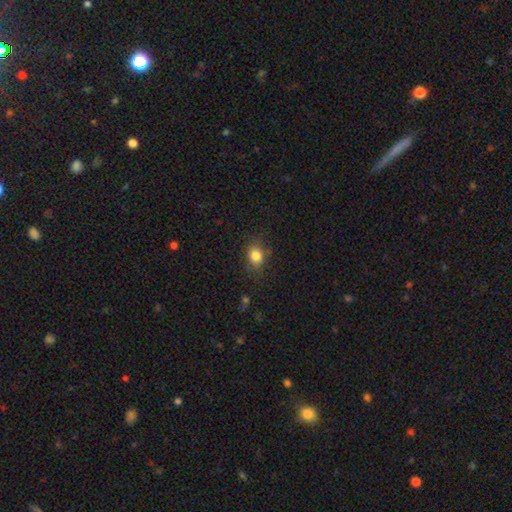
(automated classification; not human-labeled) A smooth galaxy with no disk features (83%) that is in between round and cigar-shaped (50%).

Vote fractions:
- Smooth or featured? smooth: 83% / star or artifact: 11% / featured or disk: 6%
- How rounded? in between: 50% / round: 49% / cigar-shaped: 1%
- Merging? none: 77% / minor disturbance: 16% / major disturbance: 5% / merger: 2%